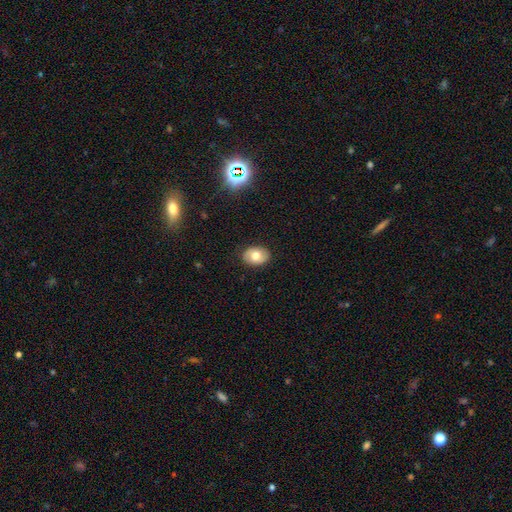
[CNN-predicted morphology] Smooth or featured? Predicted: smooth (p=0.70). How rounded? Predicted: in between (p=0.67). Merging? Predicted: none (p=0.87).